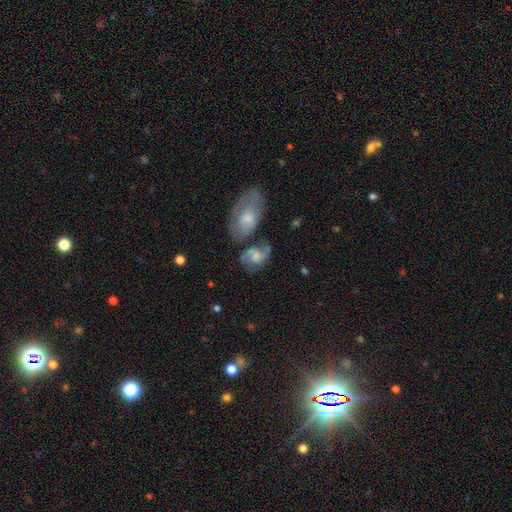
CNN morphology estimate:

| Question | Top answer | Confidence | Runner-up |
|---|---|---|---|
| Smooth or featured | featured or disk | 69% | smooth (23%) |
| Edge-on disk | no | 97% | yes (3%) |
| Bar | no | 60% | weak (35%) |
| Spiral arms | yes | 91% | no (9%) |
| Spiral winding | medium | 44% | loose (43%) |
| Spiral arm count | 2 | 87% | can't tell (6%) |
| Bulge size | moderate | 36% | small (28%) |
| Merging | none | 48% | merger (21%) |